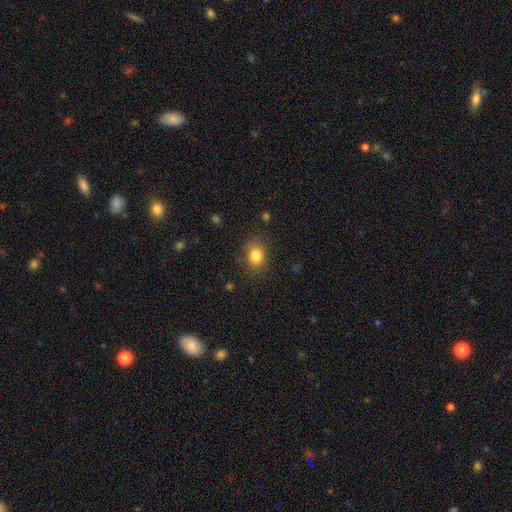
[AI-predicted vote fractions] smooth 82%, star or artifact 11%, featured or disk 7%. Down the decision tree: how rounded — round (54%); merging — none (79%).